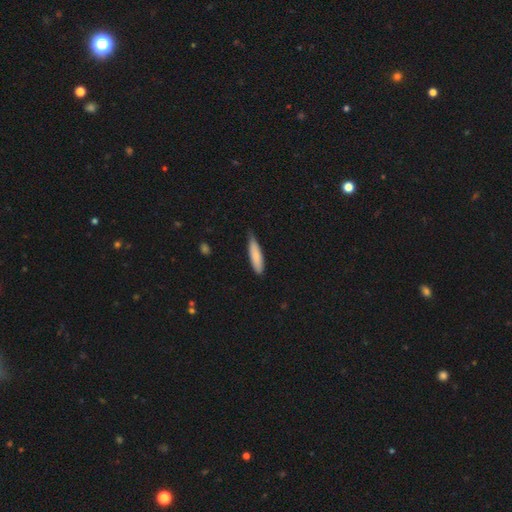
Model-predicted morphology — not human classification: smooth-or-featured: smooth: 81% | featured or disk: 14% | star or artifact: 5%
  how-rounded: cigar-shaped: 71% | in between: 27% | round: 1%
  merging: none: 66% | minor disturbance: 29% | major disturbance: 3% | merger: 1%